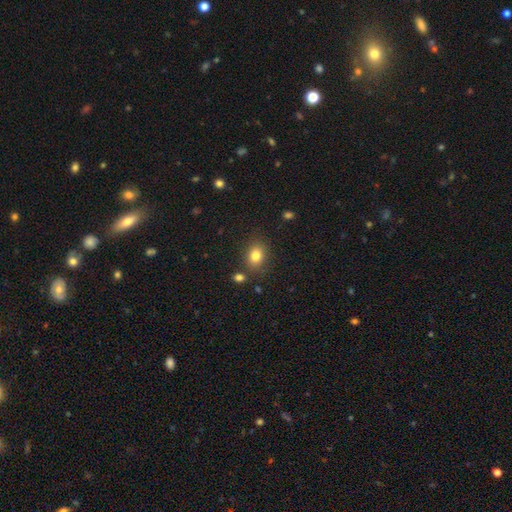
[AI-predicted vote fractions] Smooth or featured? smooth (81%)
How rounded? in between (57%)
Merging? none (81%)